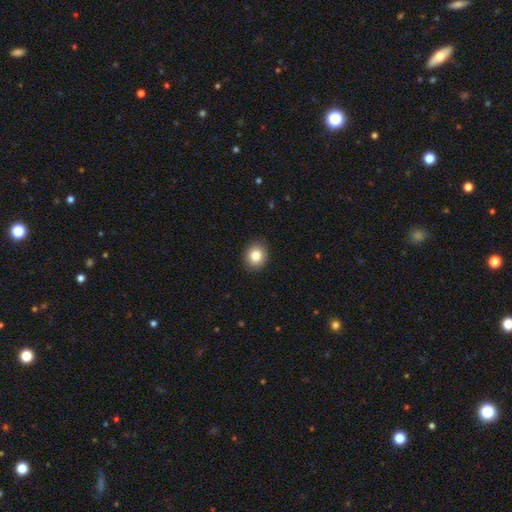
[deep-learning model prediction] Smooth or featured? Predicted: smooth (p=0.84). How rounded? Predicted: round (p=0.77). Merging? Predicted: none (p=0.90).